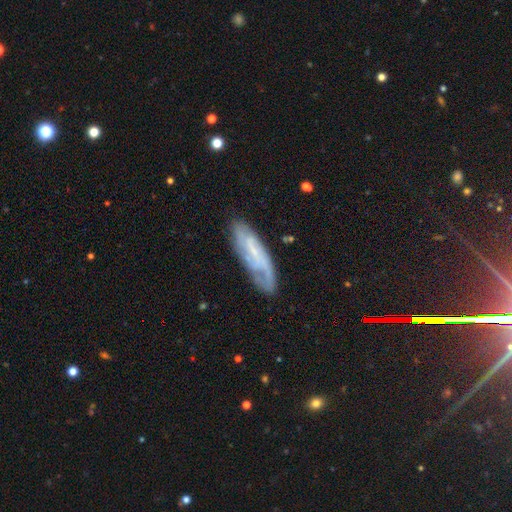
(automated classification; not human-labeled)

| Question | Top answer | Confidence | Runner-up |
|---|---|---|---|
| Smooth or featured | featured or disk | 58% | smooth (31%) |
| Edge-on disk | no | 70% | yes (30%) |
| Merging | none | 73% | minor disturbance (20%) |